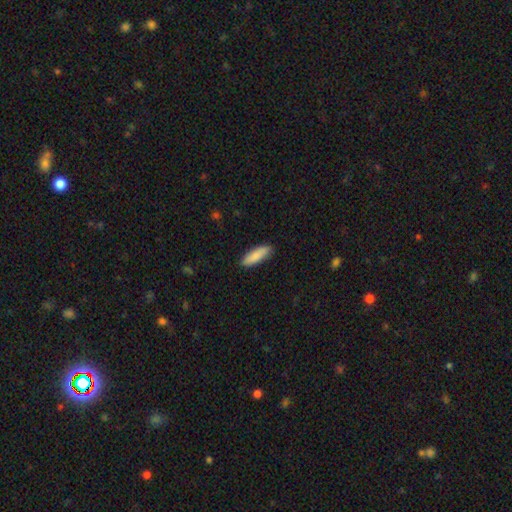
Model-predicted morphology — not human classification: This appears to be a smooth galaxy with no disk features (86%) that is cigar-shaped (51%). Merging: none (87%).